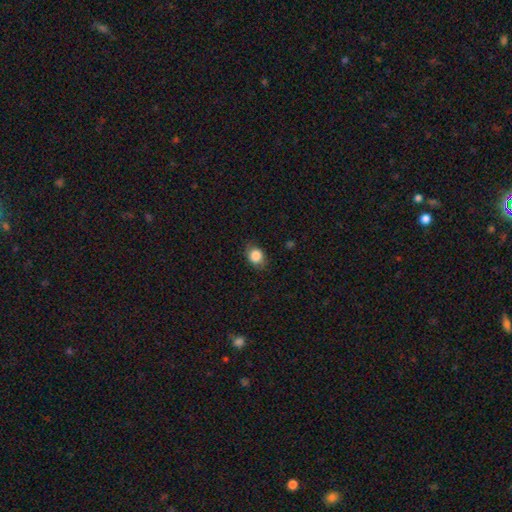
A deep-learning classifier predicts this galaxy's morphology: Smooth or featured? Predicted: smooth (p=0.85). How rounded? Predicted: in between (p=0.50). Merging? Predicted: none (p=0.79).